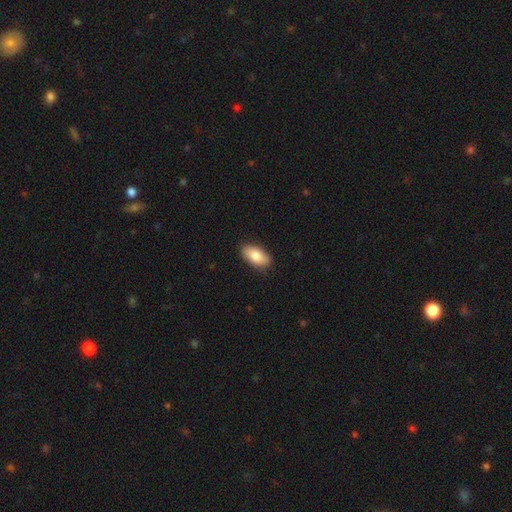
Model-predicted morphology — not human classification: Smooth or featured? smooth (85%)
How rounded? in between (92%)
Merging? none (88%)